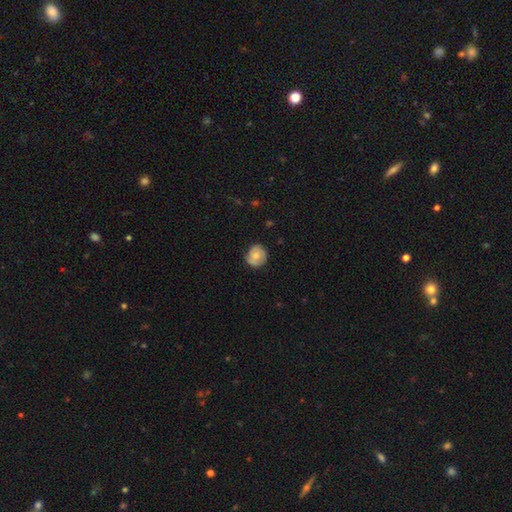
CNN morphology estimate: Q: Smooth or featured?
A: smooth (60%); runner-up: featured or disk (33%)
Q: How rounded?
A: round (83%); runner-up: in between (16%)
Q: Merging?
A: none (71%); runner-up: minor disturbance (24%)